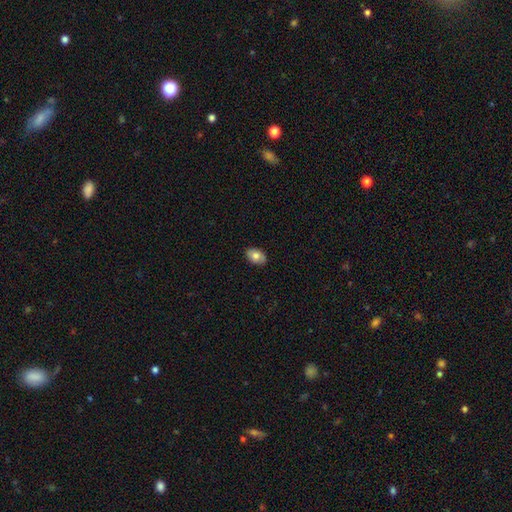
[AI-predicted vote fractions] This appears to be a smooth galaxy with no disk features (79%) that is in between round and cigar-shaped (86%). Merging: none (88%).